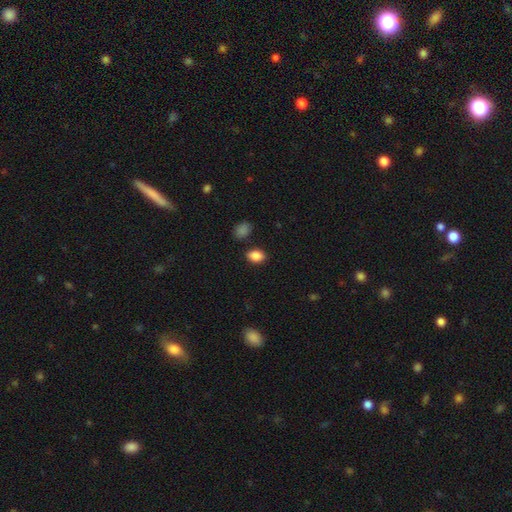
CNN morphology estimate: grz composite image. It shows a smooth galaxy with no disk features (87%) that is in between round and cigar-shaped (80%). Merging: none (83%).